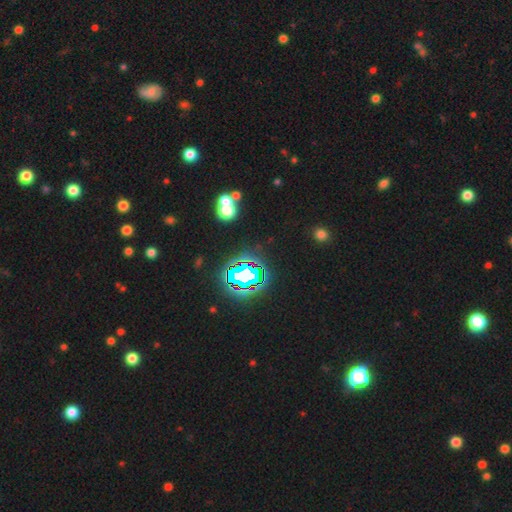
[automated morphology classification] A star or artifact, not a galaxy (81%).